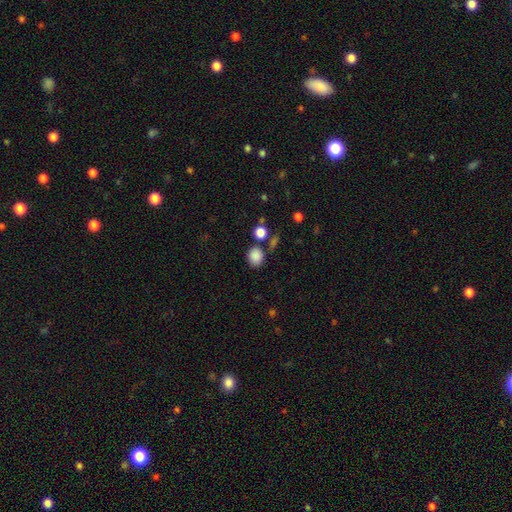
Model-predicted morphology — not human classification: smooth 86%, star or artifact 10%, featured or disk 4%. Down the decision tree: how rounded — round (70%); merging — none (72%).